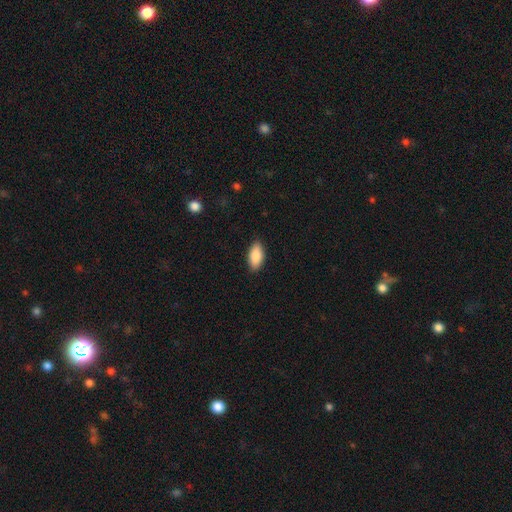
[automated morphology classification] This appears to be a smooth galaxy with no disk features (88%) that is in between round and cigar-shaped (91%). Merging: none (89%).